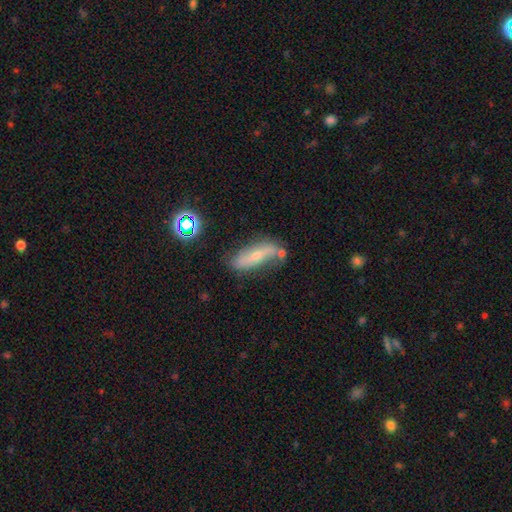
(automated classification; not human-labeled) The model was most divided on "smooth or featured": featured or disk: 51%, smooth: 38%, star or artifact: 11%. More confident: edge-on disk — no (59%); merging — none (58%).